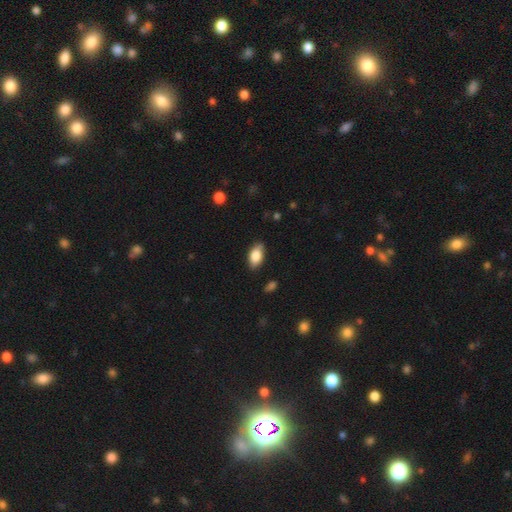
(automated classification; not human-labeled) smooth 85%, featured or disk 8%, star or artifact 7%. Down the decision tree: how rounded — in between (93%); merging — none (84%).